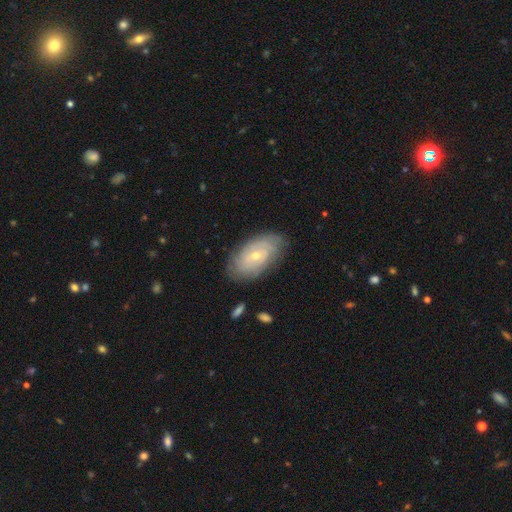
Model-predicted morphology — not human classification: Overall: featured or disk (60%; smooth 32%). Edge-on disk: no (91%). Bar: no (75%). Spiral arms: yes (70%). Bulge size: small (63%; moderate 34%). Merging: none (80%).